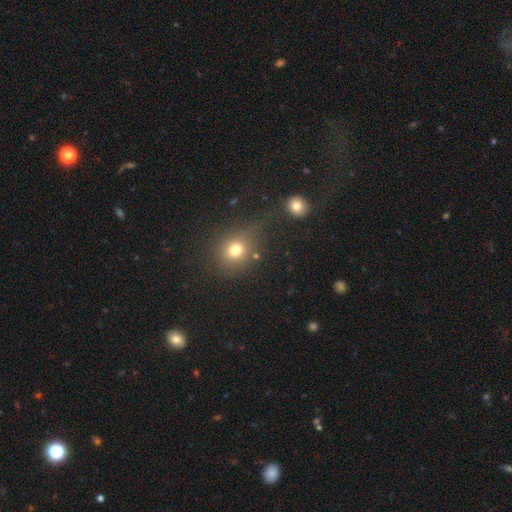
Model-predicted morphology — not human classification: smooth-or-featured: smooth: 66% | star or artifact: 23% | featured or disk: 11%
  how-rounded: round: 75% | in between: 23% | cigar-shaped: 2%
  merging: none: 63% | minor disturbance: 17% | major disturbance: 10% | merger: 9%